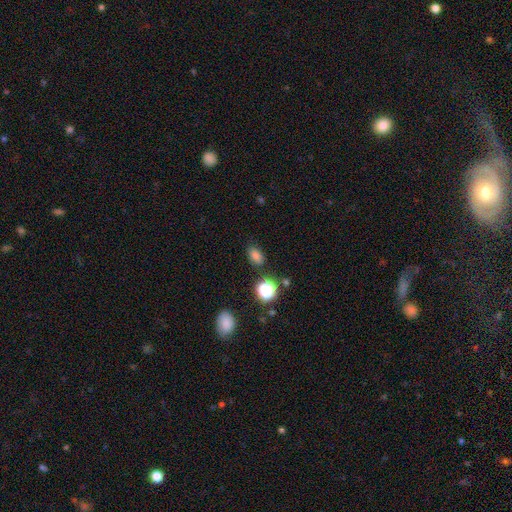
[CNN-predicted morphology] Overall: smooth (76%). How rounded: in between (79%). Merging: none (81%).